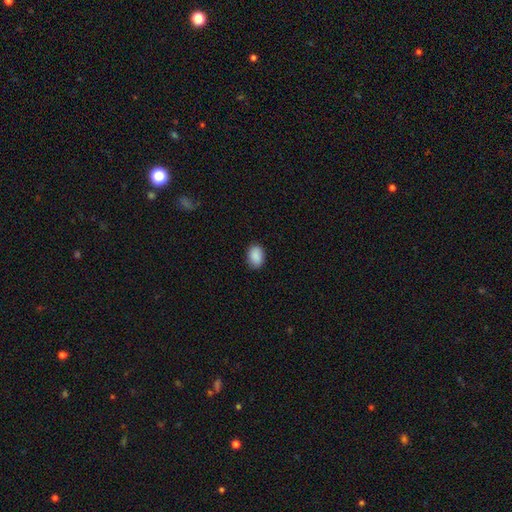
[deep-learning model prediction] Smooth or featured?
  - smooth: 90% *
  - star or artifact: 7%
  - featured or disk: 3%
How rounded?
  - in between: 82% *
  - round: 17%
  - cigar-shaped: 1%
Merging?
  - none: 87% *
  - minor disturbance: 10%
  - major disturbance: 2%
  - merger: 1%